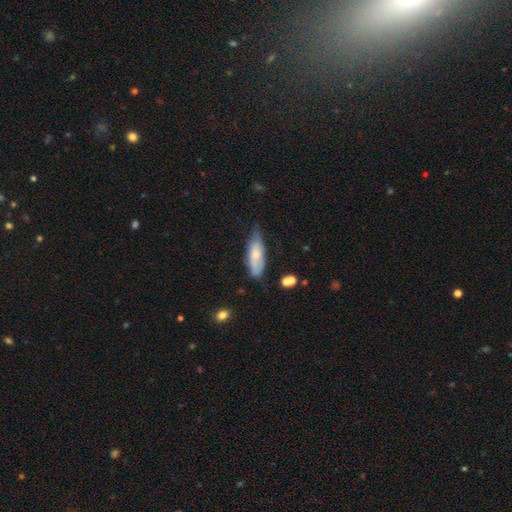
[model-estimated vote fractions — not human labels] smooth_or_featured: smooth (p=0.67) [alt: featured or disk p=0.26]
how_rounded: in between (p=0.63) [alt: cigar-shaped p=0.35]
merging: none (p=0.53) [alt: minor disturbance p=0.37]